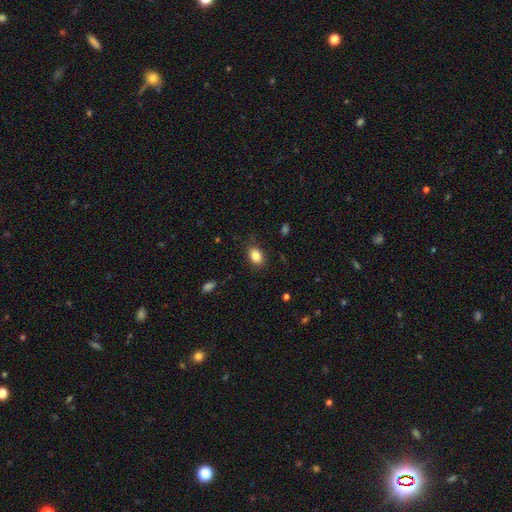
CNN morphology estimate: Smooth or featured? smooth (85%)
How rounded? in between (79%)
Merging? none (82%)